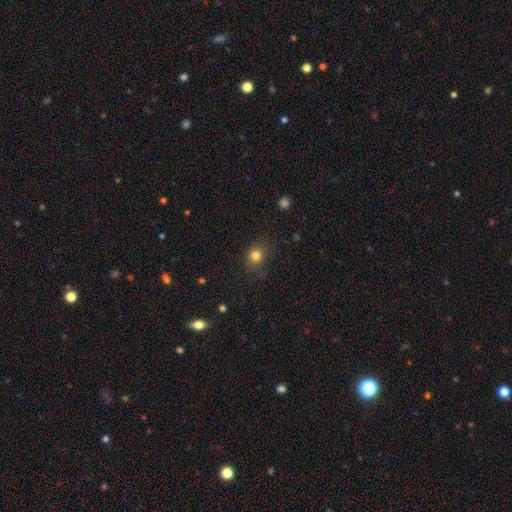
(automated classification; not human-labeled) Smooth or featured? Predicted: smooth (p=0.80). How rounded? Predicted: round (p=0.75). Merging? Predicted: none (p=0.77).